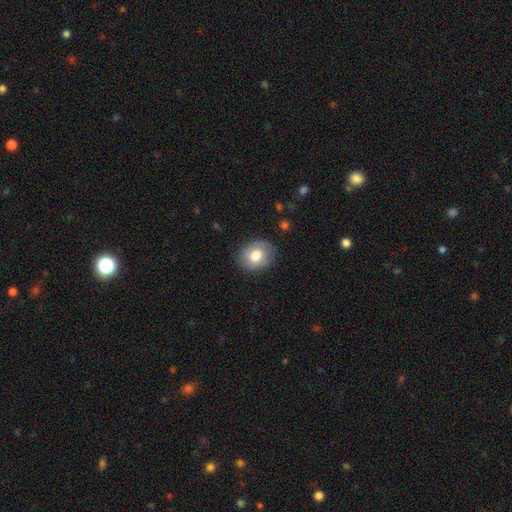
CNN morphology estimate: Smooth or featured? smooth (72%)
How rounded? round (57%)
Merging? none (83%)